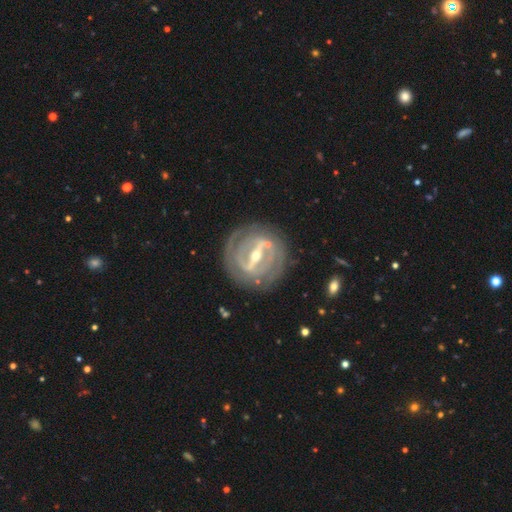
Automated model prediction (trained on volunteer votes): Overall: featured or disk (89%). Edge-on disk: no (88%). Bar: strong (81%). Spiral arms: yes (85%). Spiral arm count: 2 (39%; can't tell 30%). Spiral winding: tight (75%). Bulge size: moderate (52%; small 44%). Merging: none (83%).